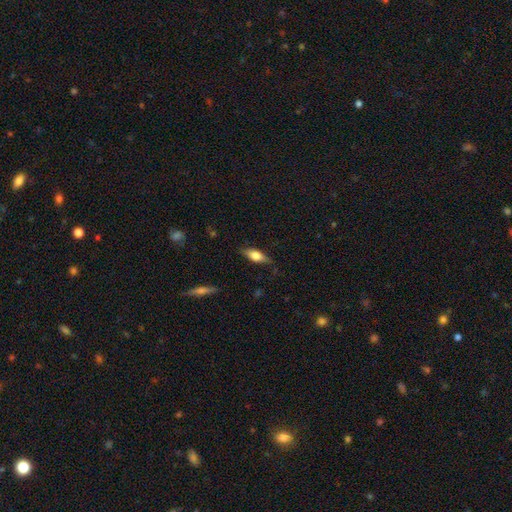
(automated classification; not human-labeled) smooth_or_featured: smooth (p=0.58) [alt: featured or disk p=0.35]
how_rounded: in between (p=0.64) [alt: cigar-shaped p=0.32]
merging: none (p=0.80) [alt: minor disturbance p=0.15]